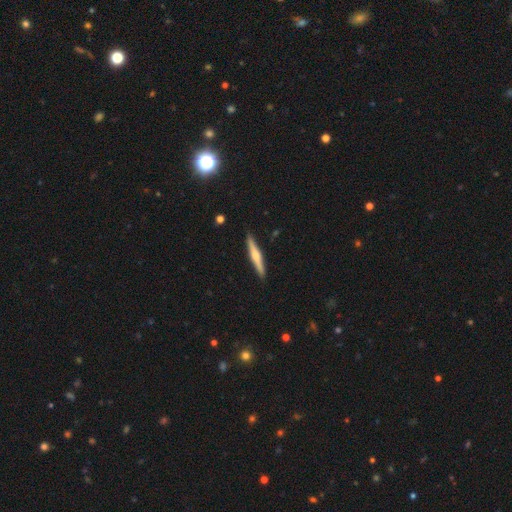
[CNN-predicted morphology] smooth_or_featured: featured or disk (p=0.58) [alt: smooth p=0.37]
disk_edge_on: yes (p=0.97) [alt: no p=0.03]
edge_on_bulge: rounded (p=0.83) [alt: none p=0.10]
merging: none (p=0.90) [alt: minor disturbance p=0.07]